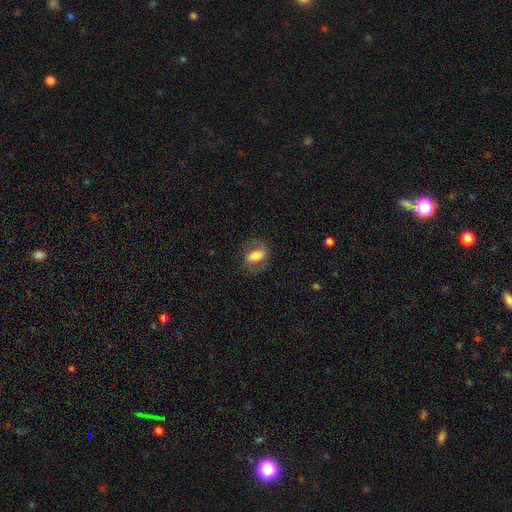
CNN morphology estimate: Overall: featured or disk (51%; smooth 41%). Edge-on disk: no (94%). Merging: none (66%).